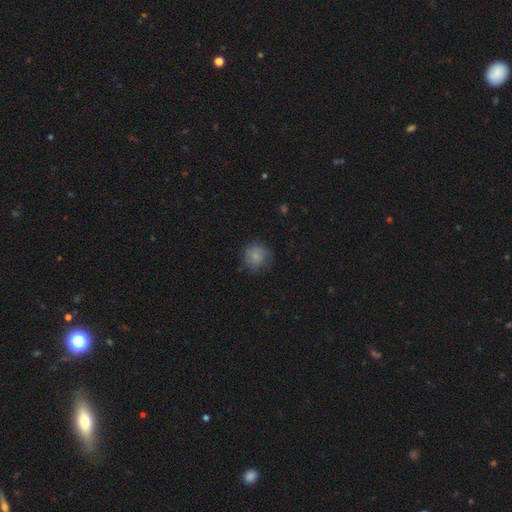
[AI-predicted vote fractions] The model was most divided on "merging": none: 75%, minor disturbance: 18%, major disturbance: 6%, merger: 1%. More confident: how rounded — round (87%); smooth or featured — smooth (79%).